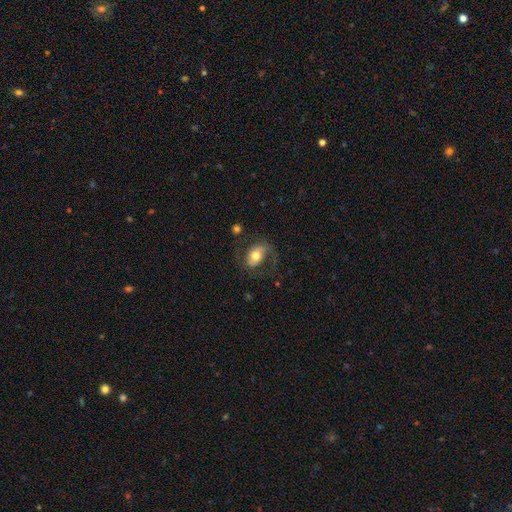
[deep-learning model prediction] featured or disk 49%, smooth 44%, star or artifact 7%. Down the decision tree: merging — none (57%).